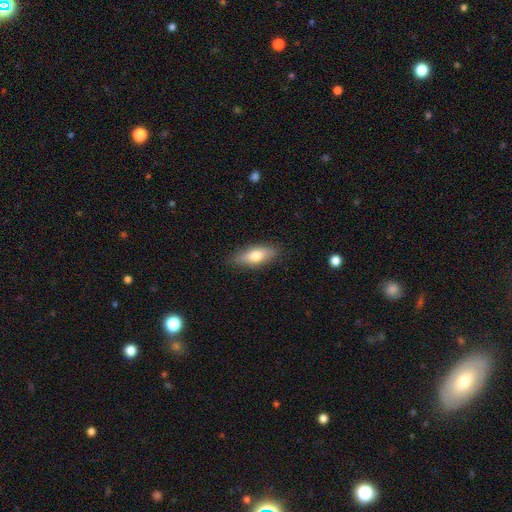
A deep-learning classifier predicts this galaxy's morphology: Q: Smooth or featured?
A: smooth (71%); runner-up: featured or disk (23%)
Q: How rounded?
A: in between (69%); runner-up: cigar-shaped (28%)
Q: Merging?
A: none (84%); runner-up: minor disturbance (13%)